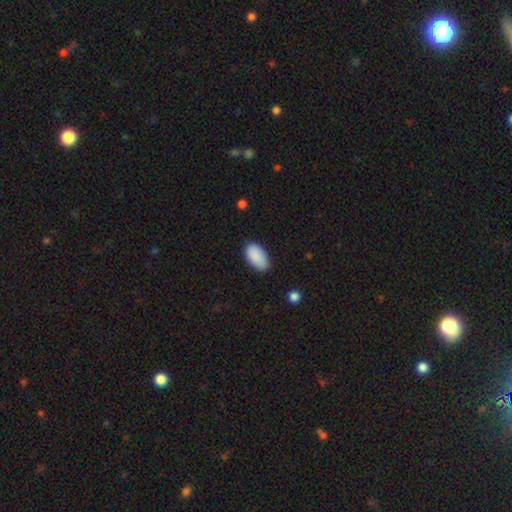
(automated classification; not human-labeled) Smooth or featured? Predicted: smooth (p=0.89). How rounded? Predicted: in between (p=0.95). Merging? Predicted: none (p=0.77).